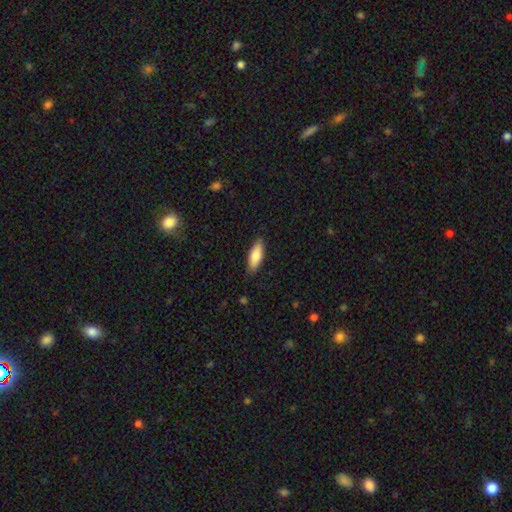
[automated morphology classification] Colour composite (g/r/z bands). It shows a smooth galaxy with no disk features (78%) that is in between round and cigar-shaped (64%). Merging: none (86%).